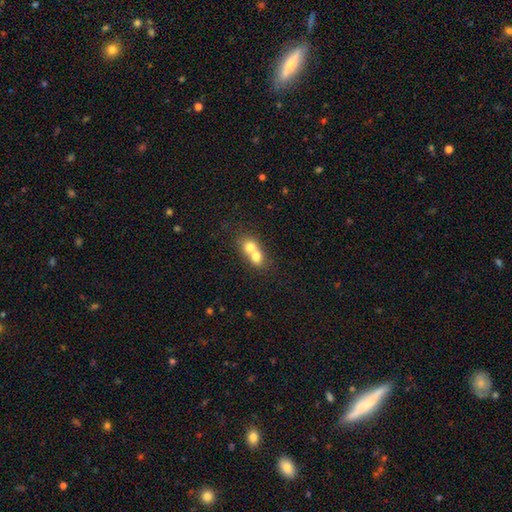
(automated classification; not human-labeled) Smooth or featured: smooth — 70% (featured or disk — 20%)
How rounded: round — 64% (in between — 35%)
Merging: merger — 75% (none — 19%)